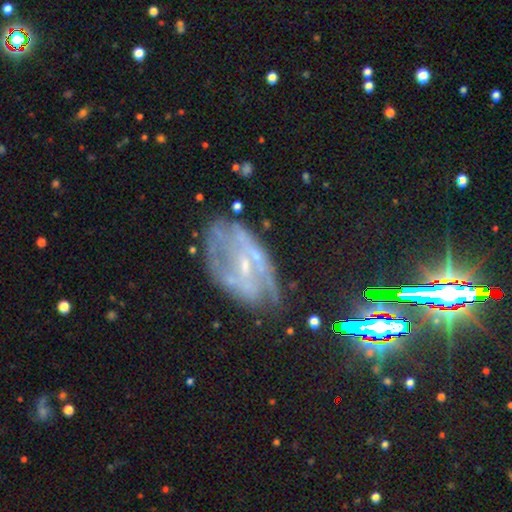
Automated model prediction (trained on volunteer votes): The model was most divided on "spiral winding": medium: 39%, tight: 38%, loose: 23%. Remaining: edge-on disk — no (94%); smooth or featured — featured or disk (73%); spiral arms — yes (72%); bulge size — small (69%); merging — none (57%); bar — weak (45%); spiral arm count — can't tell (44%).